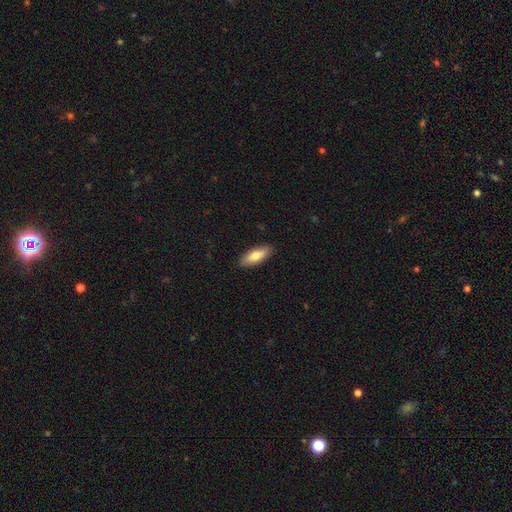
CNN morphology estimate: Overall: smooth (76%). How rounded: in between (72%). Merging: none (89%).